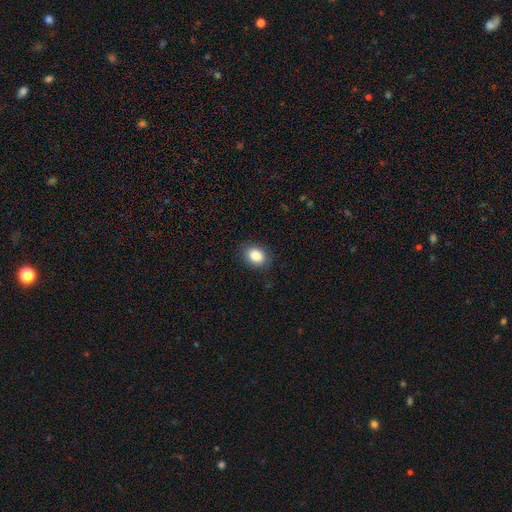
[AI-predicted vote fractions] Q: Smooth or featured?
A: smooth (87%); runner-up: star or artifact (9%)
Q: How rounded?
A: in between (68%); runner-up: round (31%)
Q: Merging?
A: none (86%); runner-up: minor disturbance (11%)